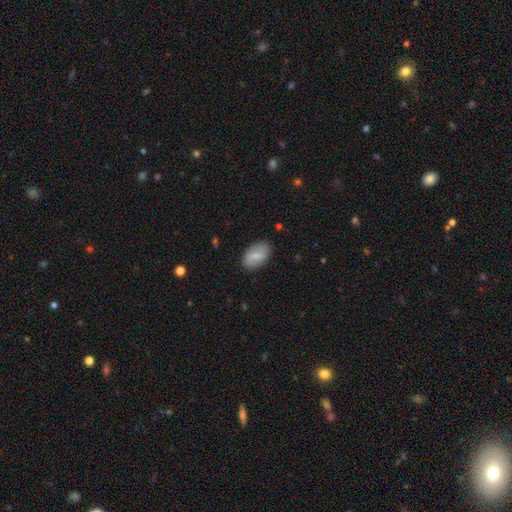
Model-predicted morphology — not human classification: smooth 68%, featured or disk 26%, star or artifact 7%. Down the decision tree: how rounded — in between (92%); merging — none (84%).